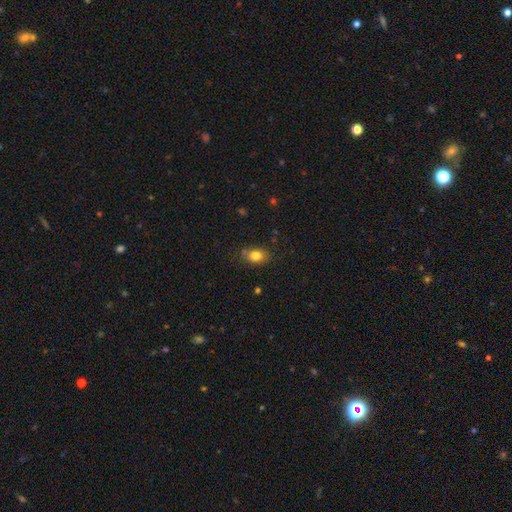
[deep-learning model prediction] The model was most divided on "how rounded": in between: 66%, round: 32%, cigar-shaped: 1%. More confident: smooth or featured — smooth (81%); merging — none (78%).